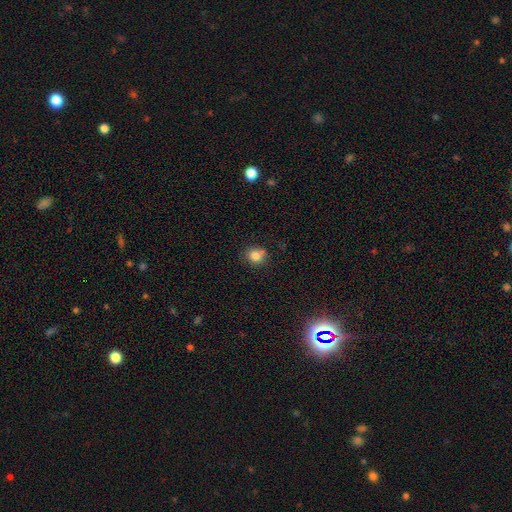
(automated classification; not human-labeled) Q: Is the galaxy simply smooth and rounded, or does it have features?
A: smooth — 82%.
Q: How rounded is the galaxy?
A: round — 80%.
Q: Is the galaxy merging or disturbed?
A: none — 71%.